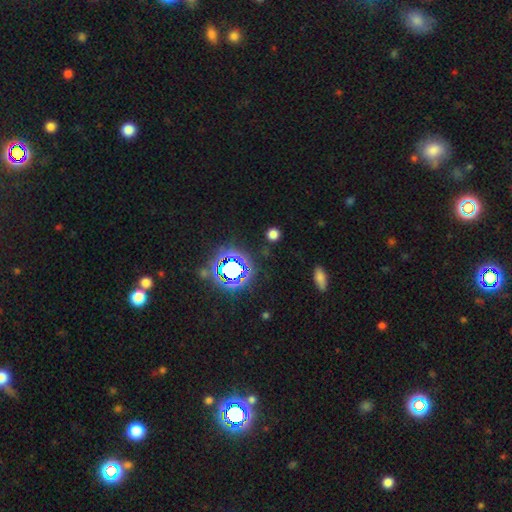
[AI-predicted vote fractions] Q: Smooth or featured?
A: star or artifact (79%); runner-up: smooth (14%)